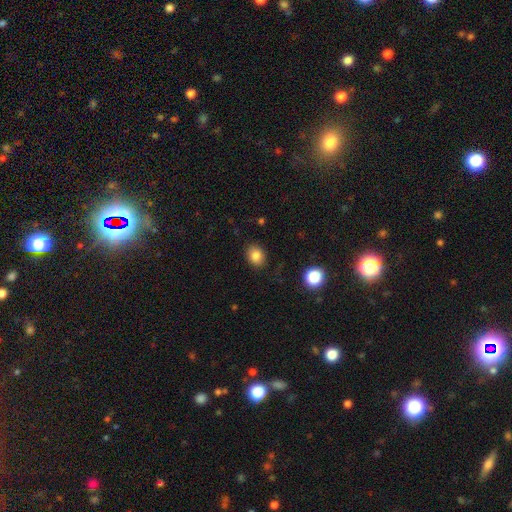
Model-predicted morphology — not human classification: Smooth or featured?
  - smooth: 83% *
  - star or artifact: 11%
  - featured or disk: 6%
How rounded?
  - round: 53% *
  - in between: 46%
  - cigar-shaped: 1%
Merging?
  - none: 86% *
  - minor disturbance: 10%
  - major disturbance: 3%
  - merger: 1%